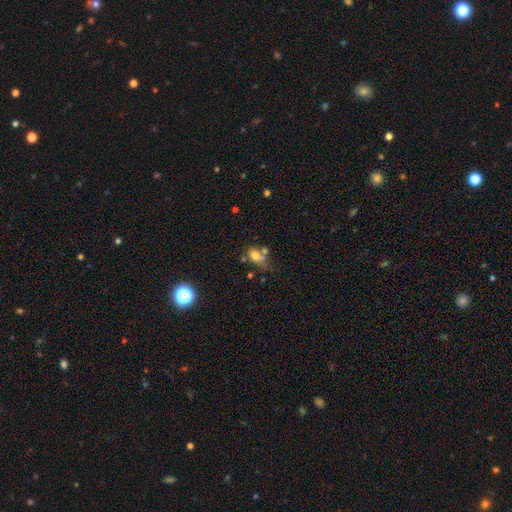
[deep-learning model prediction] Q: Smooth or featured?
A: smooth (68%); runner-up: featured or disk (18%)
Q: How rounded?
A: in between (67%); runner-up: round (30%)
Q: Merging?
A: merger (37%); runner-up: none (35%)